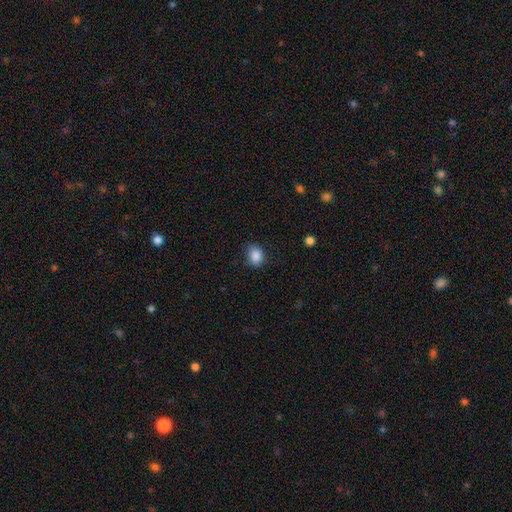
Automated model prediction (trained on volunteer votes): Smooth or featured? Predicted: smooth (p=0.87). How rounded? Predicted: in between (p=0.54). Merging? Predicted: none (p=0.77).